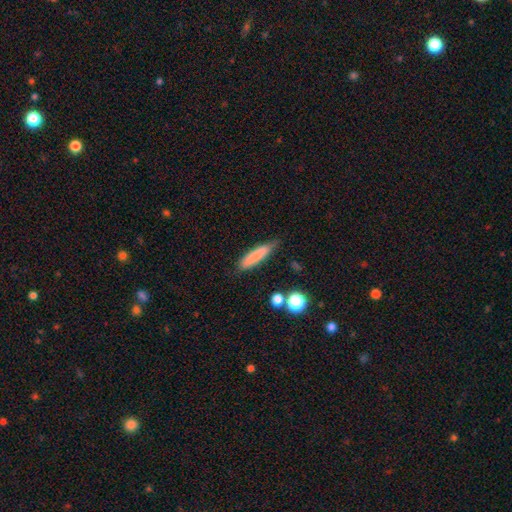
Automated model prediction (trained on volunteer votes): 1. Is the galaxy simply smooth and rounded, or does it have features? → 80% smooth, 12% featured or disk, 8% star or artifact.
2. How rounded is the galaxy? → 84% cigar-shaped, 14% in between, 2% round.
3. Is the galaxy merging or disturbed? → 75% none, 19% minor disturbance, 4% major disturbance, 2% merger.